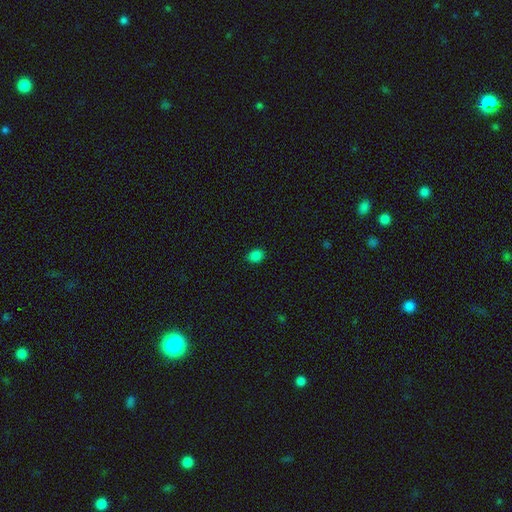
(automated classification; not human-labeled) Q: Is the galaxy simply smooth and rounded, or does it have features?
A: smooth — 83%.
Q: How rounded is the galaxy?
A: in between — 60%.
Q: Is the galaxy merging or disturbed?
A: none — 89%.